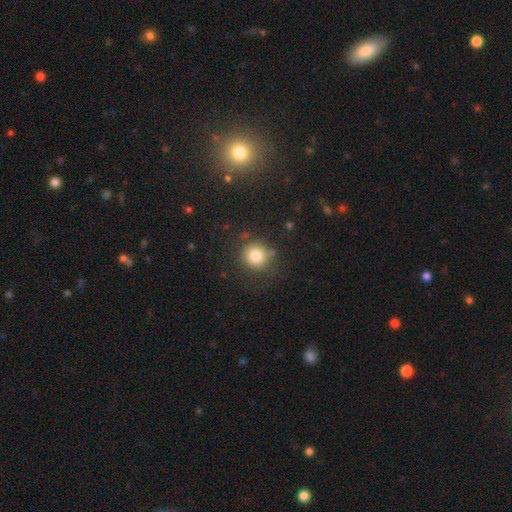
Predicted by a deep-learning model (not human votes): Smooth or featured? smooth (82%)
How rounded? round (89%)
Merging? none (81%)